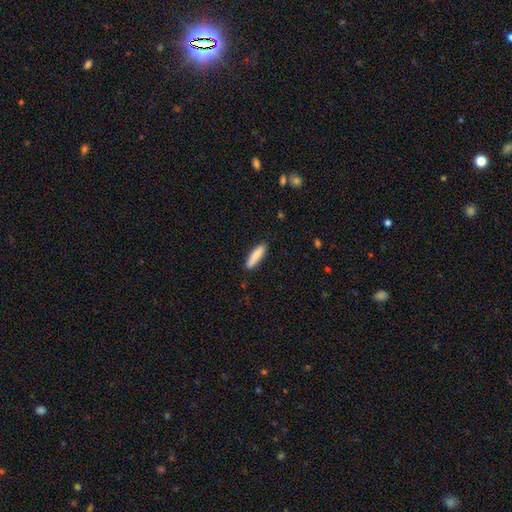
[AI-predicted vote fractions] smooth 86%, featured or disk 9%, star or artifact 6%. Down the decision tree: how rounded — cigar-shaped (71%); merging — none (87%).